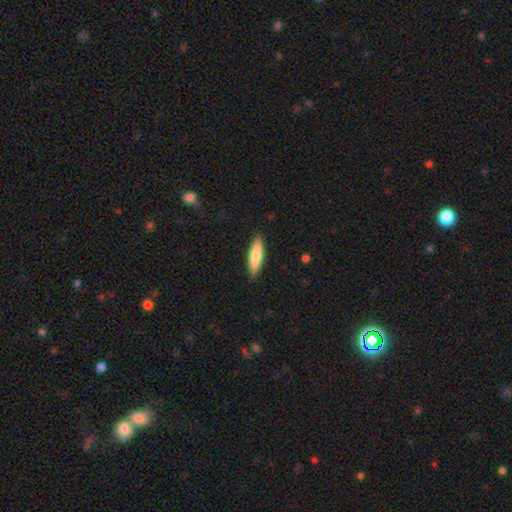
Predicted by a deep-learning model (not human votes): Smooth or featured?
  - smooth: 73% *
  - featured or disk: 22%
  - star or artifact: 6%
How rounded?
  - cigar-shaped: 61% *
  - in between: 38%
  - round: 2%
Merging?
  - none: 88% *
  - minor disturbance: 9%
  - major disturbance: 2%
  - merger: 1%